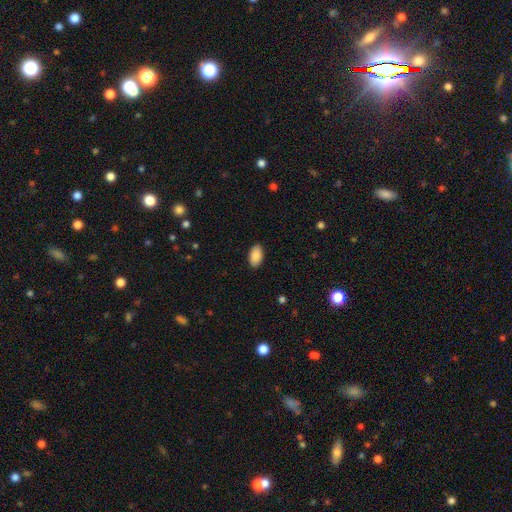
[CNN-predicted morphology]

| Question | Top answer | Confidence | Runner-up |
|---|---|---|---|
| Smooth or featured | smooth | 89% | star or artifact (7%) |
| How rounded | in between | 95% | round (3%) |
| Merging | none | 89% | minor disturbance (8%) |